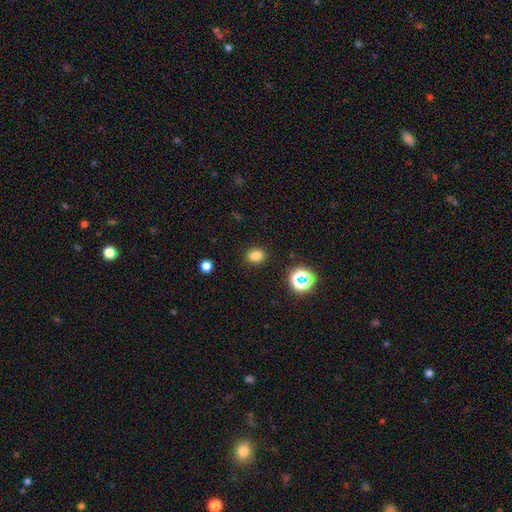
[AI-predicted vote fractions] Q: Smooth or featured?
A: smooth (78%); runner-up: star or artifact (17%)
Q: How rounded?
A: round (56%); runner-up: in between (43%)
Q: Merging?
A: none (88%); runner-up: minor disturbance (8%)